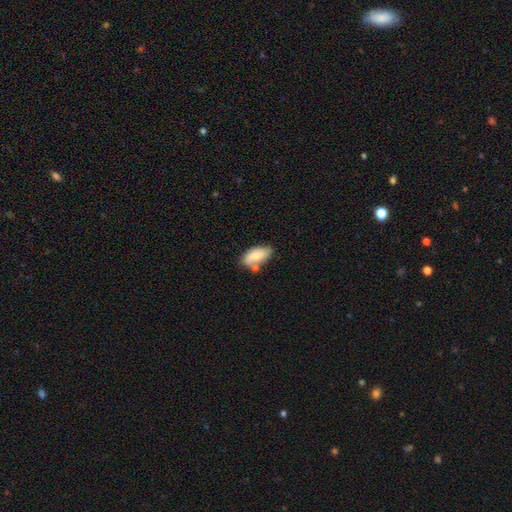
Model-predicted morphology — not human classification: Smooth or featured? Predicted: smooth (p=0.71). How rounded? Predicted: in between (p=0.91). Merging? Predicted: none (p=0.51).